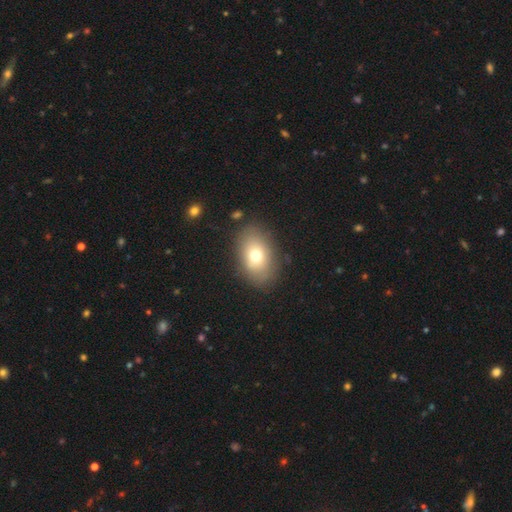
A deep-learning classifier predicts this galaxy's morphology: Smooth or featured: smooth — 73% (featured or disk — 17%)
How rounded: in between — 84% (round — 14%)
Merging: none — 83% (minor disturbance — 11%)